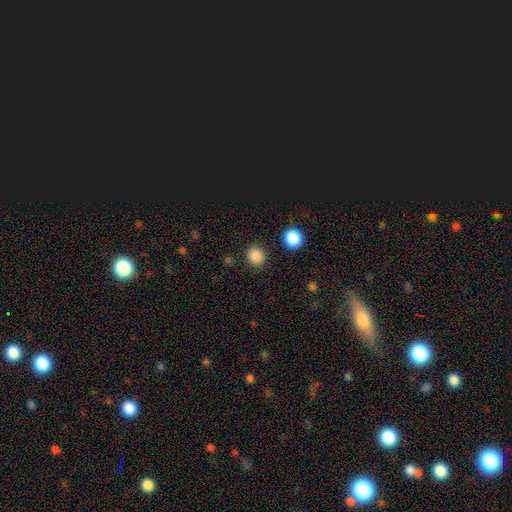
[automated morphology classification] The model was most divided on "how rounded": round: 84%, in between: 15%, cigar-shaped: 1%. More confident: merging — none (88%); smooth or featured — smooth (85%).